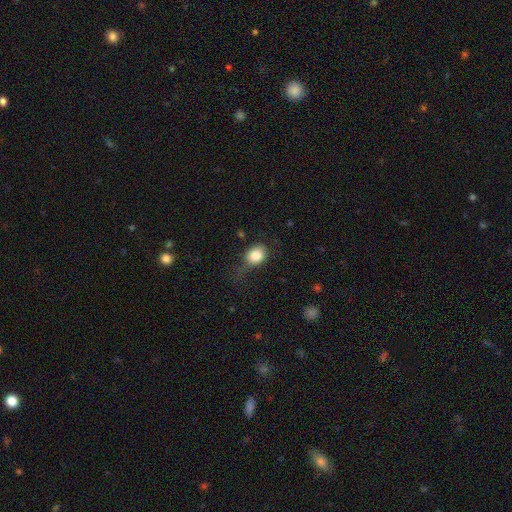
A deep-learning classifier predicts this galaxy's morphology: smooth_or_featured: smooth (p=0.82) [alt: star or artifact p=0.09]
how_rounded: round (p=0.59) [alt: in between p=0.40]
merging: none (p=0.53) [alt: minor disturbance p=0.30]